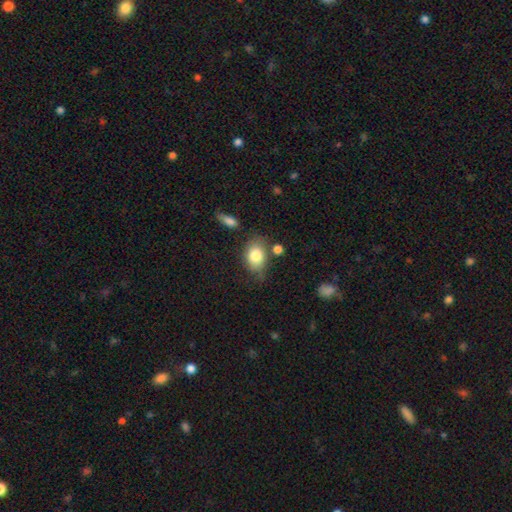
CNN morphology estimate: smooth 81%, featured or disk 11%, star or artifact 8%. Down the decision tree: how rounded — in between (78%); merging — none (60%).